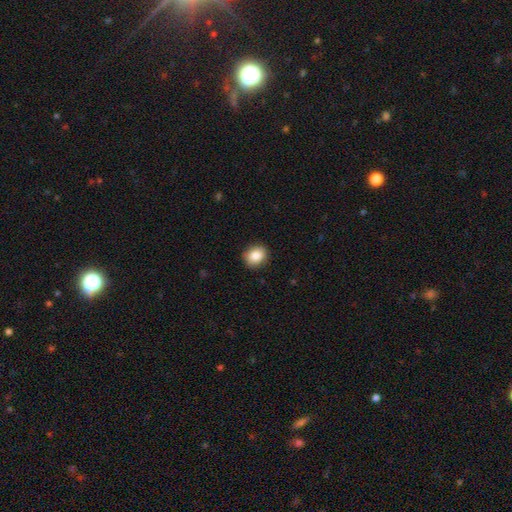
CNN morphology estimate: The model was most divided on "how rounded": round: 64%, in between: 35%, cigar-shaped: 1%. More confident: merging — none (90%); smooth or featured — smooth (86%).